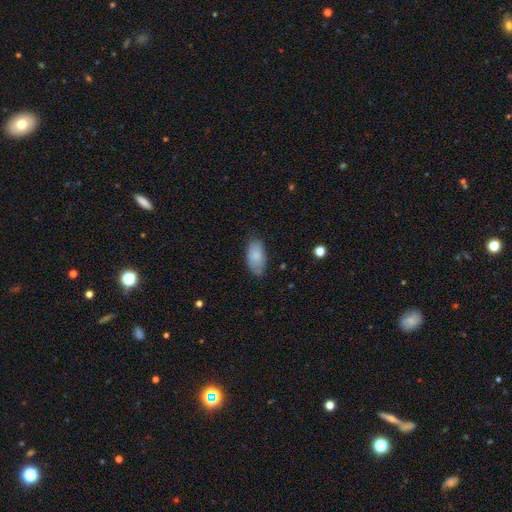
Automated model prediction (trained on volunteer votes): A smooth galaxy with no disk features (82%) that is in between round and cigar-shaped (94%). Merging: none (72%).